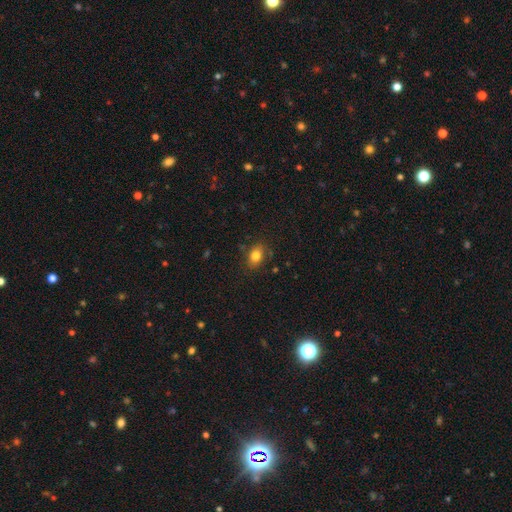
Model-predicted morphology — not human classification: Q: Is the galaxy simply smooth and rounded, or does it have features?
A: smooth — 81%.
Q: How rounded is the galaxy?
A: in between — 73%.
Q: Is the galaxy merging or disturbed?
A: none — 81%.